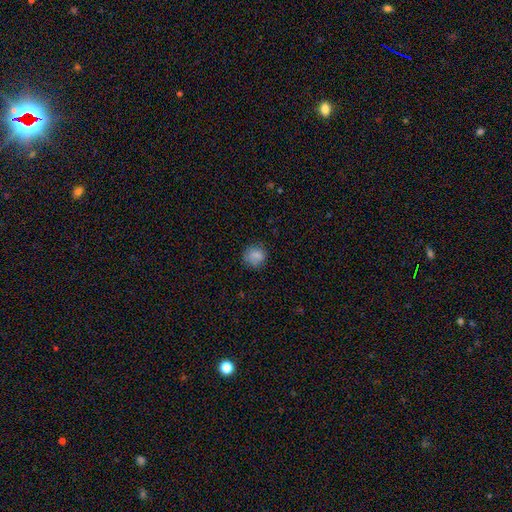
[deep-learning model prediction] This appears to be a smooth galaxy with no disk features (83%) that is round (85%). Merging: none (80%).